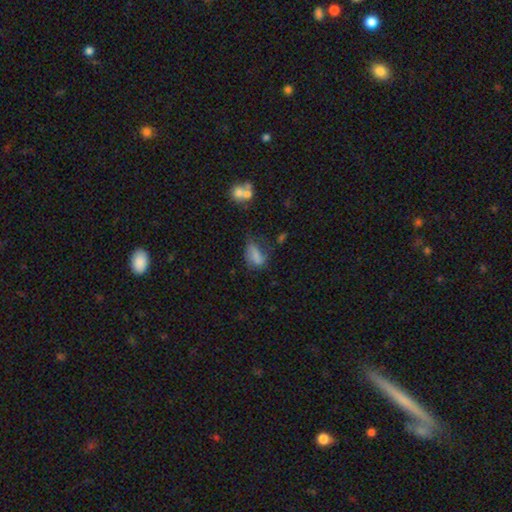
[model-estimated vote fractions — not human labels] Smooth or featured?
  - smooth: 64% *
  - featured or disk: 24%
  - star or artifact: 12%
How rounded?
  - in between: 83% *
  - round: 12%
  - cigar-shaped: 5%
Merging?
  - none: 33% *
  - minor disturbance: 32%
  - major disturbance: 29%
  - merger: 6%